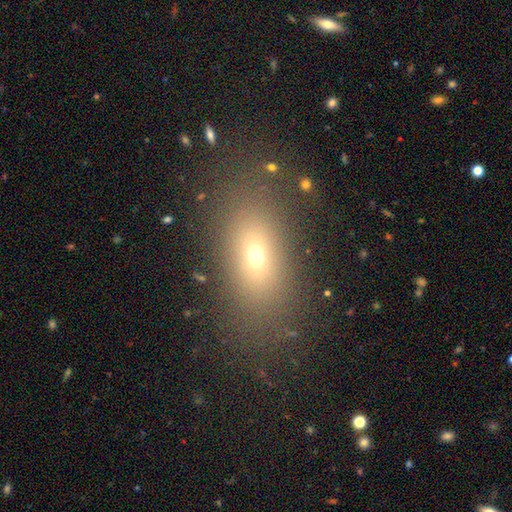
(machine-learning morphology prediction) This is likely a smooth galaxy (64%). How rounded: likely in between (77%). Merging: clearly none (83%).